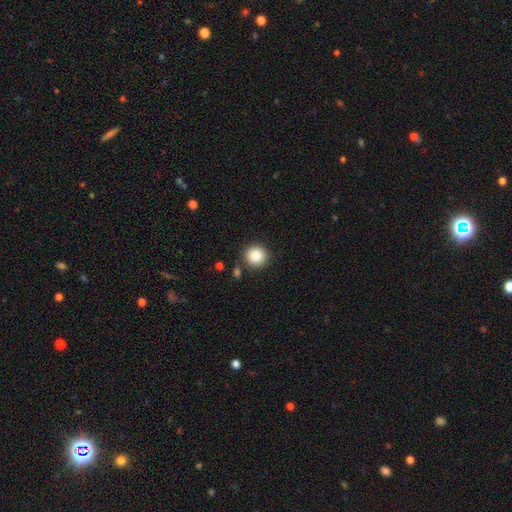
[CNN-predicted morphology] Smooth or featured?
  - smooth: 86% *
  - star or artifact: 9%
  - featured or disk: 4%
How rounded?
  - round: 94% *
  - in between: 5%
  - cigar-shaped: 1%
Merging?
  - none: 86% *
  - minor disturbance: 8%
  - merger: 4%
  - major disturbance: 3%